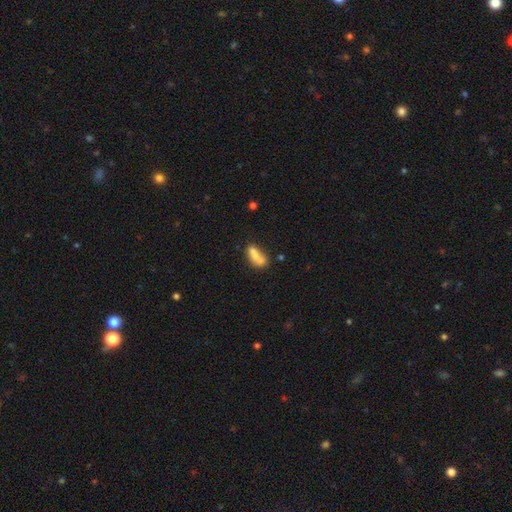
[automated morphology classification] smooth 63%, featured or disk 27%, star or artifact 10%. Down the decision tree: how rounded — in between (76%); merging — merger (51%).